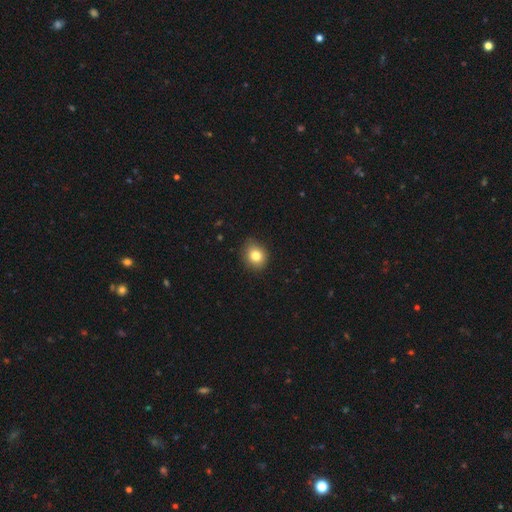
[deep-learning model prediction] smooth-or-featured: smooth: 82% | star or artifact: 10% | featured or disk: 7%
  how-rounded: round: 64% | in between: 35% | cigar-shaped: 1%
  merging: none: 85% | minor disturbance: 12% | major disturbance: 2% | merger: 1%